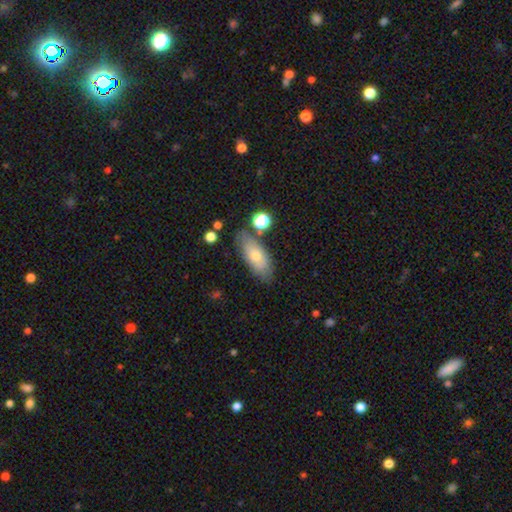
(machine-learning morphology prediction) smooth-or-featured: smooth: 67% | featured or disk: 25% | star or artifact: 8%
  how-rounded: in between: 81% | cigar-shaped: 15% | round: 4%
  merging: none: 72% | minor disturbance: 17% | merger: 6% | major disturbance: 5%